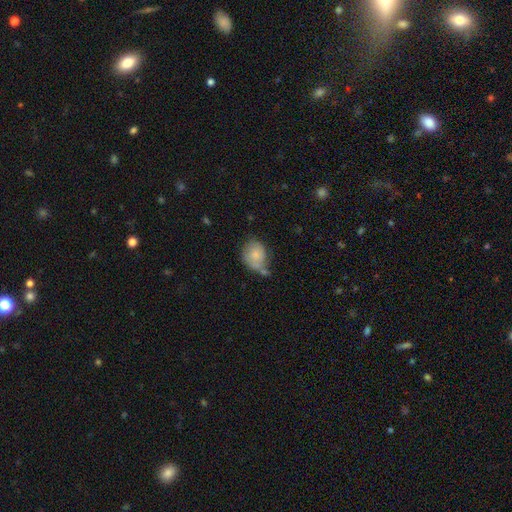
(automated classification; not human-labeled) This is likely a smooth galaxy (75%). How rounded: possibly round (55%). Merging: marginally none (42%).